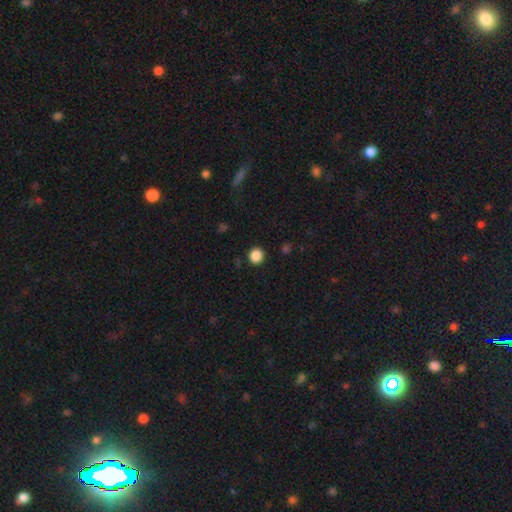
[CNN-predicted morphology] Smooth or featured? Predicted: smooth (p=0.87). How rounded? Predicted: round (p=0.91). Merging? Predicted: none (p=0.91).